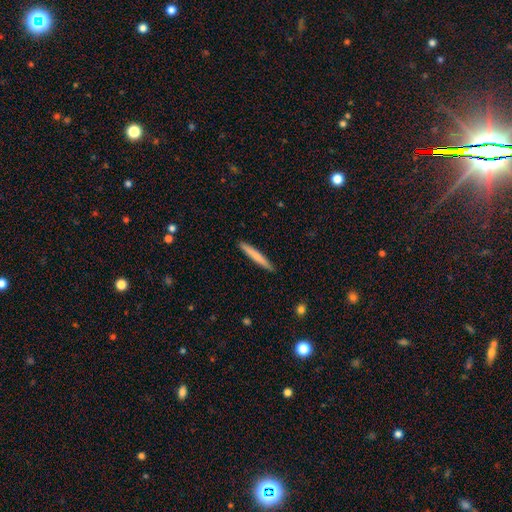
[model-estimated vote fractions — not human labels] Smooth or featured? smooth (70%)
How rounded? cigar-shaped (96%)
Merging? none (91%)